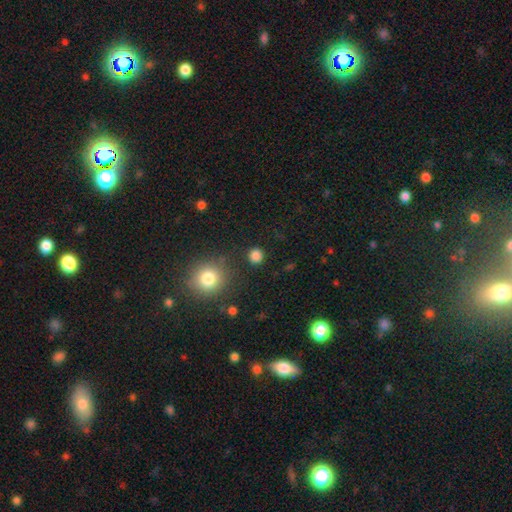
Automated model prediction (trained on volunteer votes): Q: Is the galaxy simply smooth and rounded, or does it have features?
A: smooth — 83%.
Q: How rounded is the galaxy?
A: round — 91%.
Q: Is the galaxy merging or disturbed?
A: none — 88%.